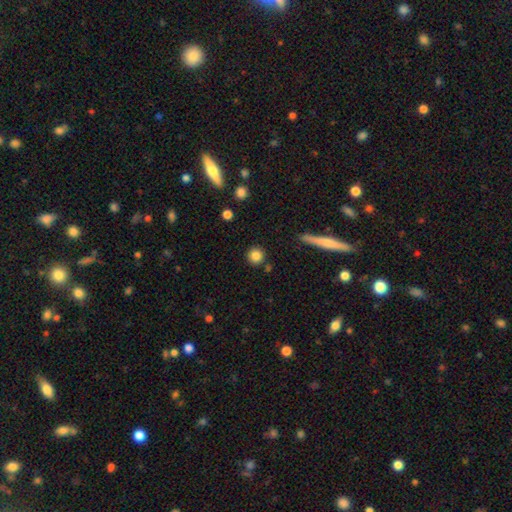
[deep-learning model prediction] Overall: smooth (84%). How rounded: round (93%). Merging: none (87%).